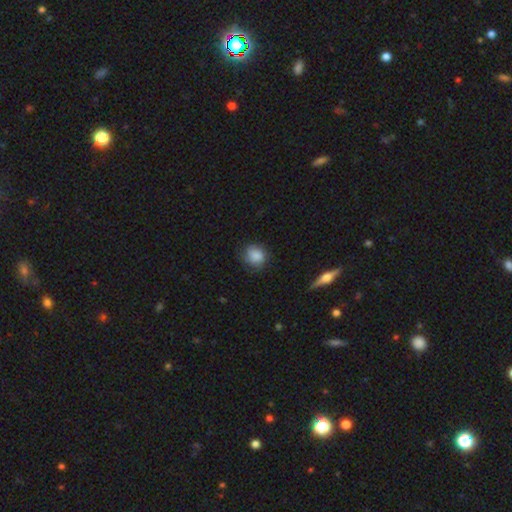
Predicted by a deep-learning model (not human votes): Smooth or featured? Predicted: smooth (p=0.81). How rounded? Predicted: round (p=0.72). Merging? Predicted: none (p=0.68).